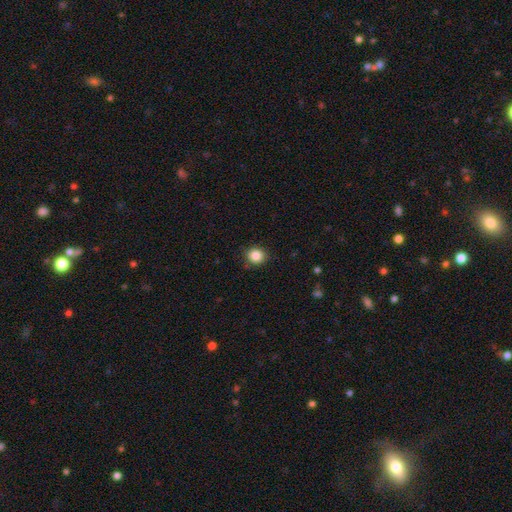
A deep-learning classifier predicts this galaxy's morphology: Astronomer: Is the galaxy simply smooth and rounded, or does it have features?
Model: smooth — 86%.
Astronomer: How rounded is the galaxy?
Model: round — 88%.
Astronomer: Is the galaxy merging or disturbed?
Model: none — 88%.